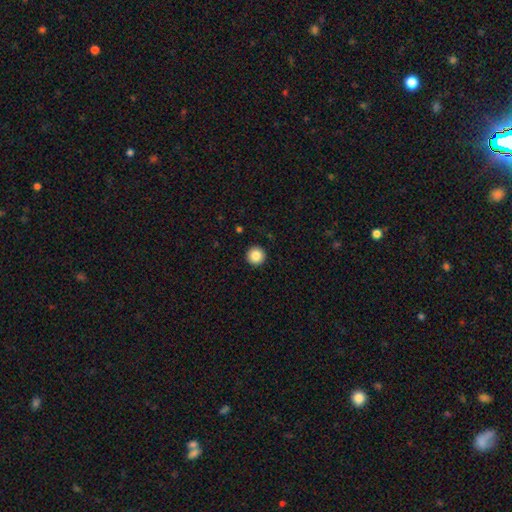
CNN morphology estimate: Smooth or featured?
  - smooth: 86% *
  - star or artifact: 10%
  - featured or disk: 5%
How rounded?
  - round: 97% *
  - in between: 2%
  - cigar-shaped: 1%
Merging?
  - none: 93% *
  - minor disturbance: 4%
  - major disturbance: 1%
  - merger: 1%